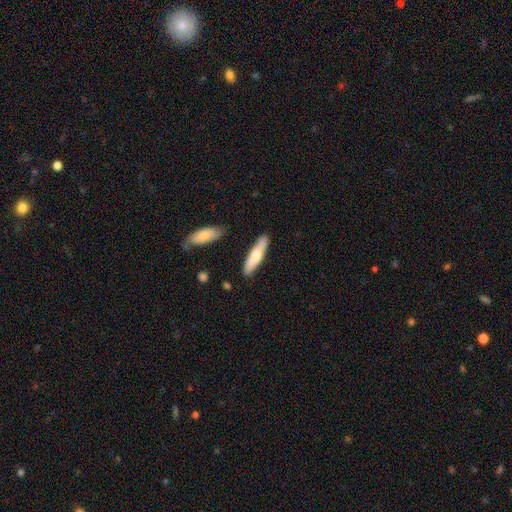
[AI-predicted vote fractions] Smooth or featured?
  - smooth: 61% *
  - featured or disk: 34%
  - star or artifact: 5%
How rounded?
  - cigar-shaped: 76% *
  - in between: 23%
  - round: 2%
Merging?
  - none: 86% *
  - minor disturbance: 9%
  - merger: 3%
  - major disturbance: 2%